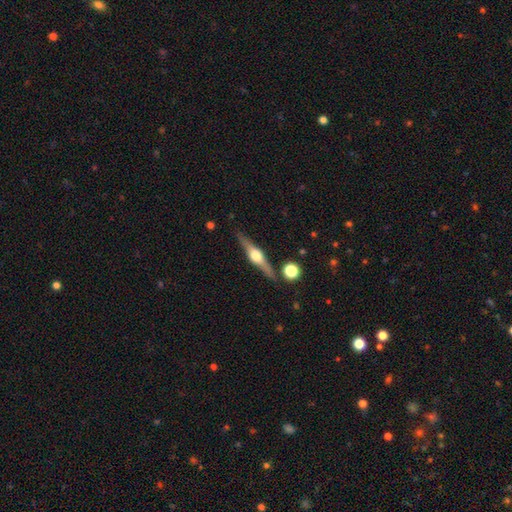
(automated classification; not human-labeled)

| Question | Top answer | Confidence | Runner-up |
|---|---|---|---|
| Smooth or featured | featured or disk | 79% | smooth (16%) |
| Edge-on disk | yes | 98% | no (2%) |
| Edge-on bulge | rounded | 95% | boxy (4%) |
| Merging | none | 86% | minor disturbance (8%) |